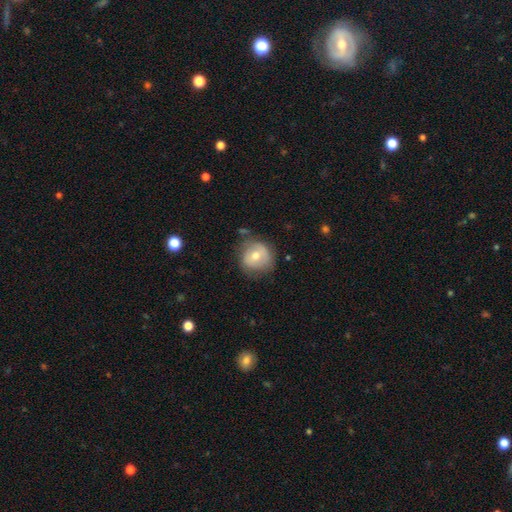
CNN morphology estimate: This appears to be a smooth galaxy with no disk features (58%) that is round (86%). Merging: none (67%).